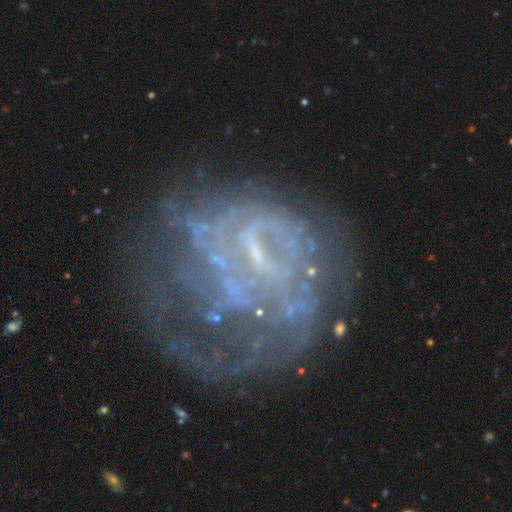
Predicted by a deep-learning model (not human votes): Smooth or featured?
  - featured or disk: 73% *
  - star or artifact: 14%
  - smooth: 13%
Edge-on disk?
  - no: 98% *
  - yes: 2%
Bar?
  - no: 47% *
  - weak: 38%
  - strong: 15%
Spiral arms?
  - yes: 50% * (tied)
  - no: 50% * (tied)
Bulge size?
  - none: 54% *
  - small: 33%
  - moderate: 11%
  - large: 2%
  - dominant: 1%
Merging?
  - none: 42% *
  - major disturbance: 36%
  - minor disturbance: 17%
  - merger: 5%